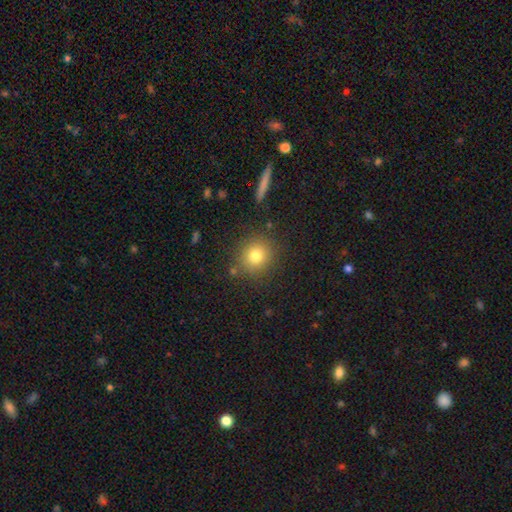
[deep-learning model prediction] Morphology: type=smooth (79%); roundness=round (87%); merging=none (86%).